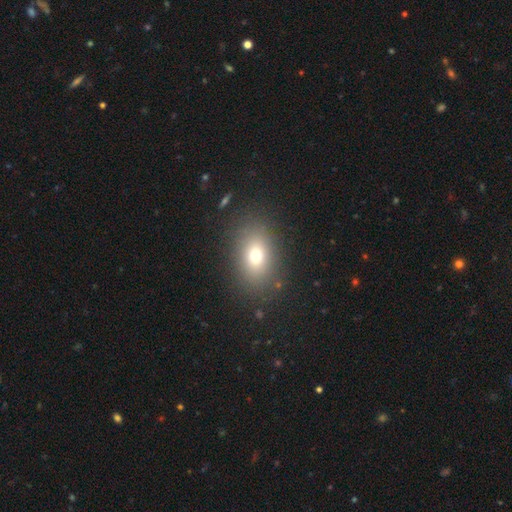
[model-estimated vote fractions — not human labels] smooth_or_featured: smooth (p=0.72) [alt: star or artifact p=0.14]
how_rounded: in between (p=0.73) [alt: round p=0.25]
merging: none (p=0.84) [alt: minor disturbance p=0.09]